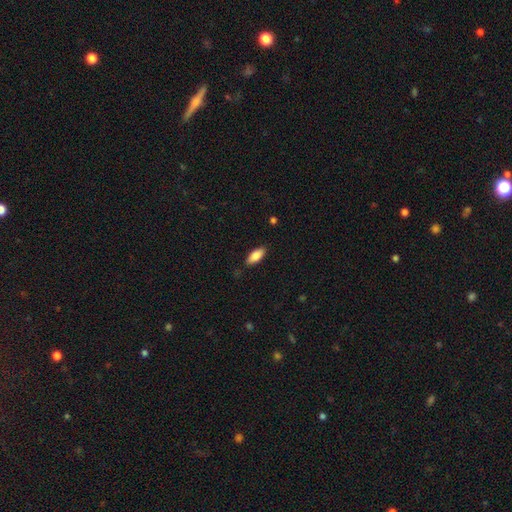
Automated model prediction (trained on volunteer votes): The model was most divided on "how rounded": in between: 81%, cigar-shaped: 17%, round: 2%. More confident: merging — none (85%); smooth or featured — smooth (85%).